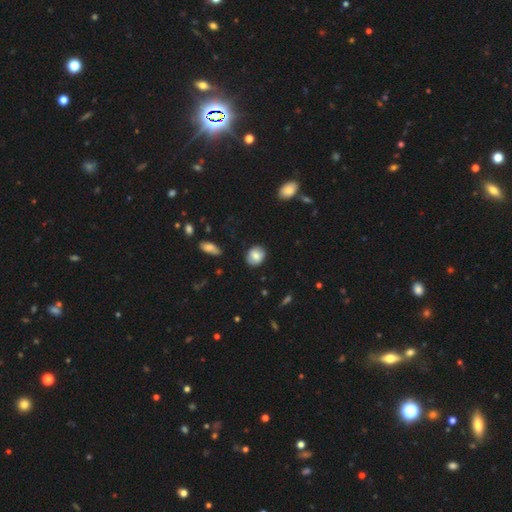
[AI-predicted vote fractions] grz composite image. It shows a smooth galaxy with no disk features (81%) that is round (64%). Merging: none (84%).